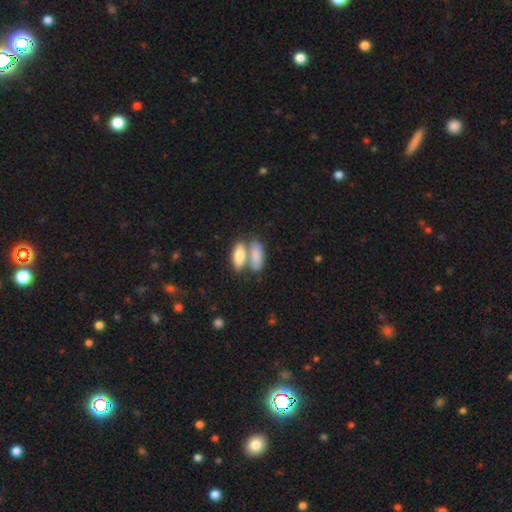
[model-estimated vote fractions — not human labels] Morphology: type=smooth (82%); roundness=in between (81%); merging=merger (54%).